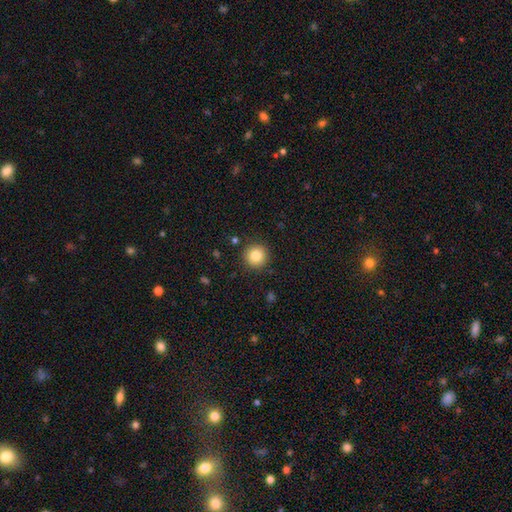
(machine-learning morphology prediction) Smooth or featured?
  - smooth: 83% *
  - star or artifact: 10%
  - featured or disk: 7%
How rounded?
  - round: 95% *
  - in between: 4%
  - cigar-shaped: 1%
Merging?
  - none: 90% *
  - minor disturbance: 6%
  - major disturbance: 2%
  - merger: 1%